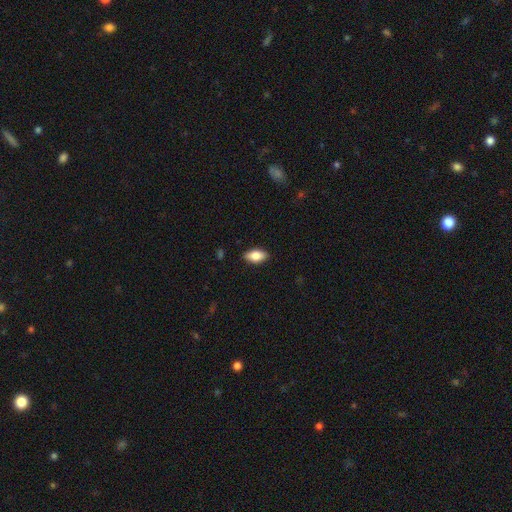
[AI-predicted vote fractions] smooth 80%, featured or disk 13%, star or artifact 7%. Down the decision tree: how rounded — in between (90%); merging — none (88%).